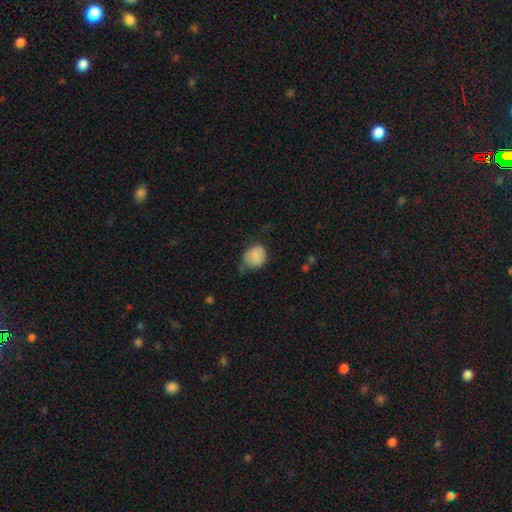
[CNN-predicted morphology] The model was most divided on "merging": none: 49%, minor disturbance: 37%, major disturbance: 12%, merger: 3%. More confident: smooth or featured — smooth (83%); how rounded — round (59%).